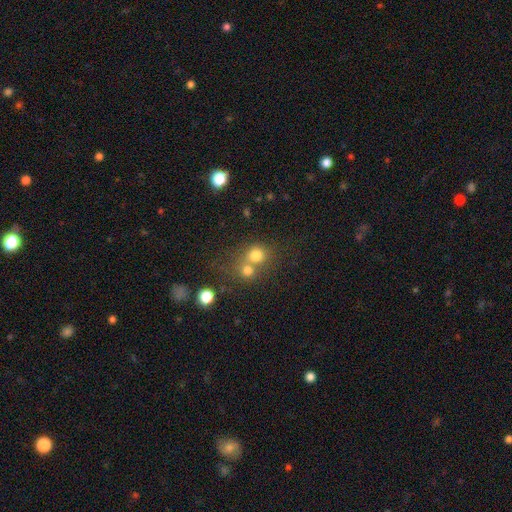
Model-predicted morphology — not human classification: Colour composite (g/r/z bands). It shows a smooth galaxy with no disk features (75%) that is round (83%). Merging: merger (49%).